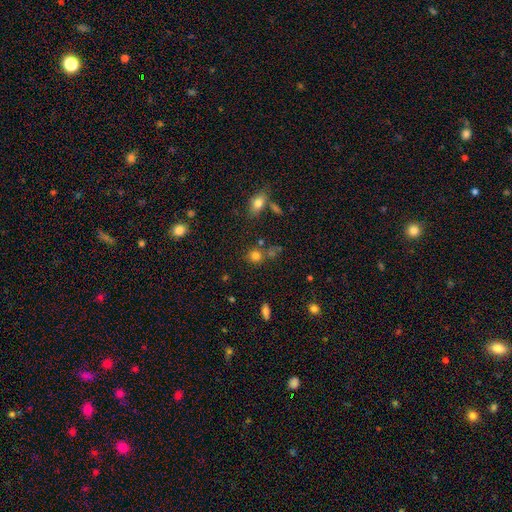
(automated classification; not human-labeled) Smooth or featured? smooth (77%)
How rounded? round (82%)
Merging? none (67%)